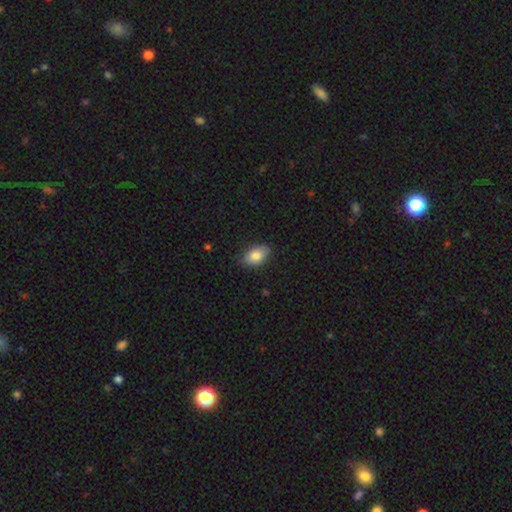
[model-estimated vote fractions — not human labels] This appears to be a smooth galaxy with no disk features (82%) that is in between round and cigar-shaped (90%). Merging: none (81%).